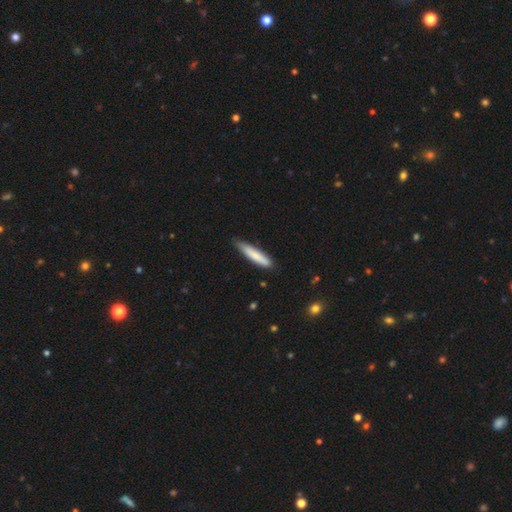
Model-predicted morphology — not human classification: smooth-or-featured: smooth: 78% | featured or disk: 17% | star or artifact: 5%
  how-rounded: cigar-shaped: 89% | in between: 10% | round: 1%
  merging: none: 77% | minor disturbance: 19% | major disturbance: 2% | merger: 1%